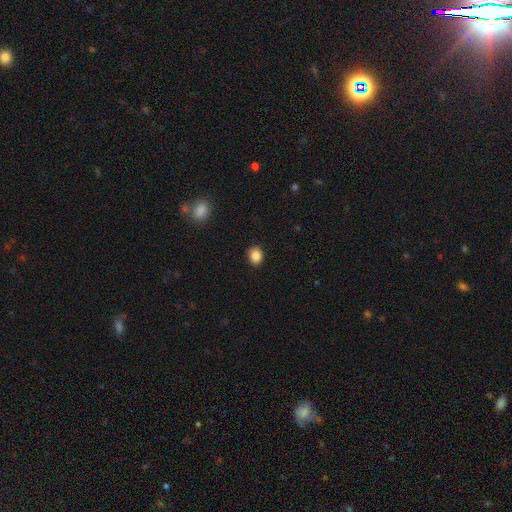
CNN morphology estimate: Smooth or featured? smooth (86%)
How rounded? round (64%)
Merging? none (89%)